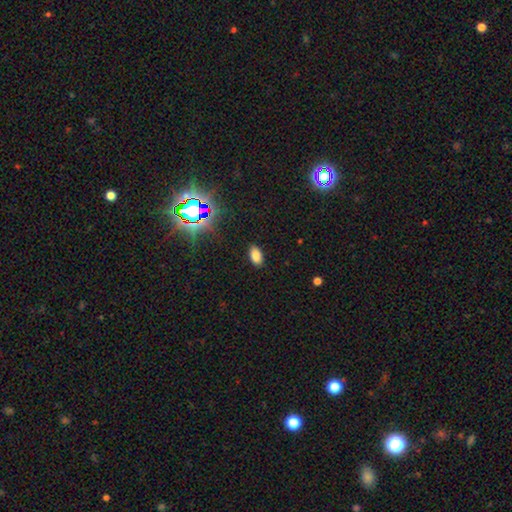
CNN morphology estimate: Smooth or featured? smooth (79%)
How rounded? in between (92%)
Merging? none (87%)